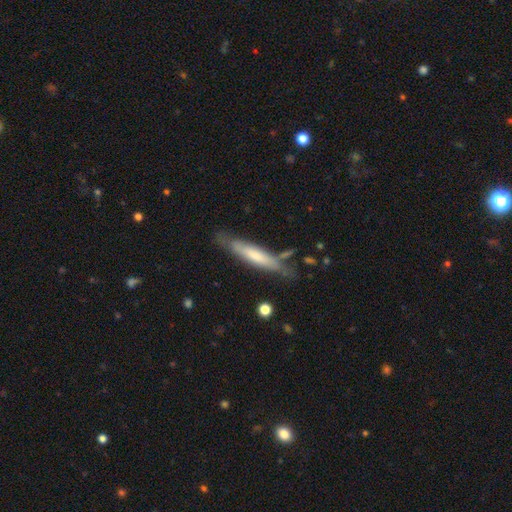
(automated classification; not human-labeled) A smooth galaxy with no disk features (53%) that is cigar-shaped (85%). Merging: none (68%).